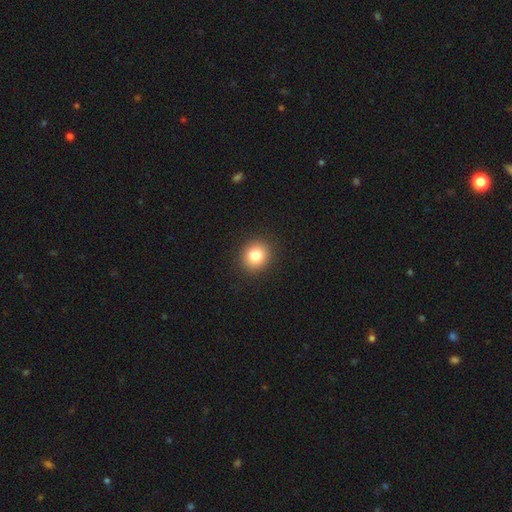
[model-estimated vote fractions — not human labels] A smooth galaxy with no disk features (82%) that is round (78%).

Vote fractions:
- Smooth or featured? smooth: 82% / star or artifact: 10% / featured or disk: 7%
- How rounded? round: 78% / in between: 21% / cigar-shaped: 1%
- Merging? none: 91% / minor disturbance: 6% / major disturbance: 2% / merger: 1%